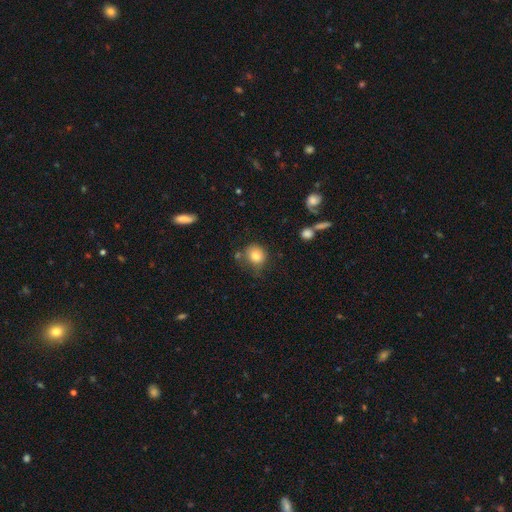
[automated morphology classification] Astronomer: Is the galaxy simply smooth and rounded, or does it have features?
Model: smooth — 81%.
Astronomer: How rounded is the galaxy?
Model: round — 79%.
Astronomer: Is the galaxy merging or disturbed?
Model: none — 68%.